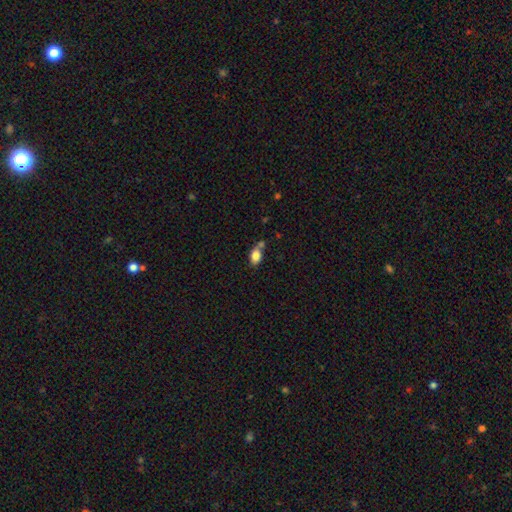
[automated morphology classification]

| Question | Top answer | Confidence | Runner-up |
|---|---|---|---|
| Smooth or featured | smooth | 82% | star or artifact (9%) |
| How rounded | in between | 83% | round (15%) |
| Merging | none | 55% | merger (23%) |